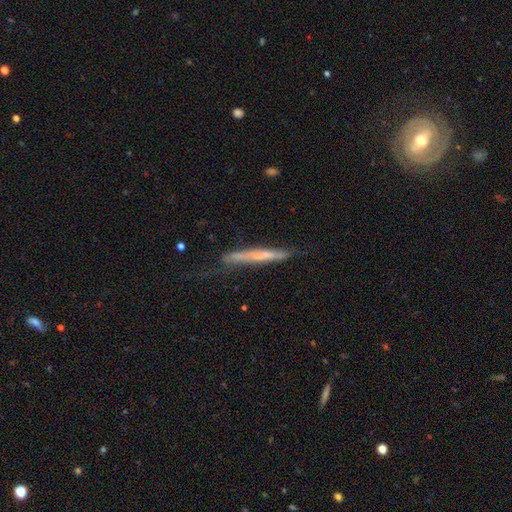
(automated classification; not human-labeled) Smooth or featured? featured or disk (49%)
Merging? none (64%)